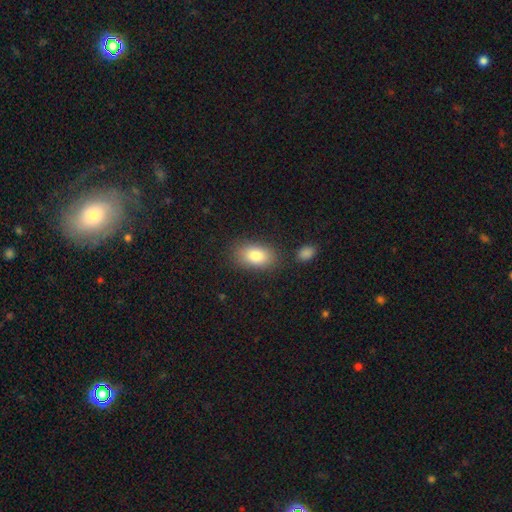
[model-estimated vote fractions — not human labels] A smooth galaxy with no disk features (84%) that is in between round and cigar-shaped (90%).

Vote fractions:
- Smooth or featured? smooth: 84% / featured or disk: 9% / star or artifact: 7%
- How rounded? in between: 90% / round: 9% / cigar-shaped: 2%
- Merging? none: 80% / minor disturbance: 12% / merger: 4% / major disturbance: 4%